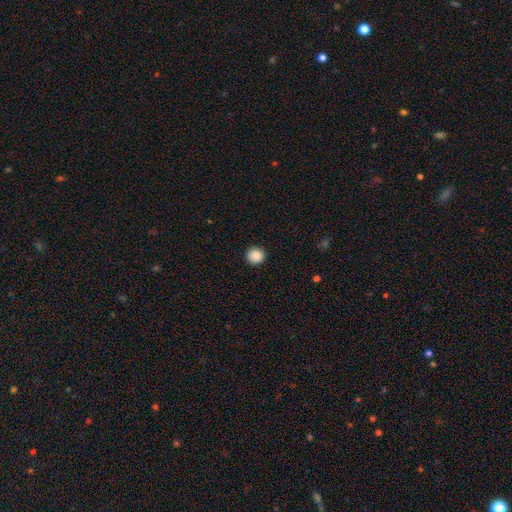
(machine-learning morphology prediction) Smooth or featured?
  - smooth: 88% *
  - star or artifact: 9%
  - featured or disk: 3%
How rounded?
  - round: 93% *
  - in between: 6%
  - cigar-shaped: 1%
Merging?
  - none: 92% *
  - minor disturbance: 5%
  - major disturbance: 2%
  - merger: 1%